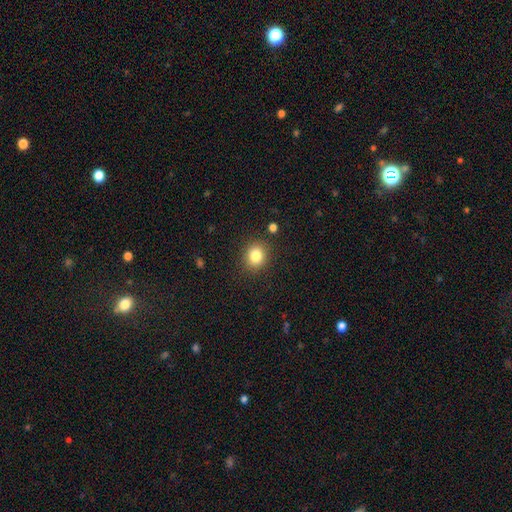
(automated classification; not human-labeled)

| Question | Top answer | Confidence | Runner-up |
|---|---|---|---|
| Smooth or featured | smooth | 82% | star or artifact (11%) |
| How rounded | round | 73% | in between (27%) |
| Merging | none | 87% | minor disturbance (8%) |